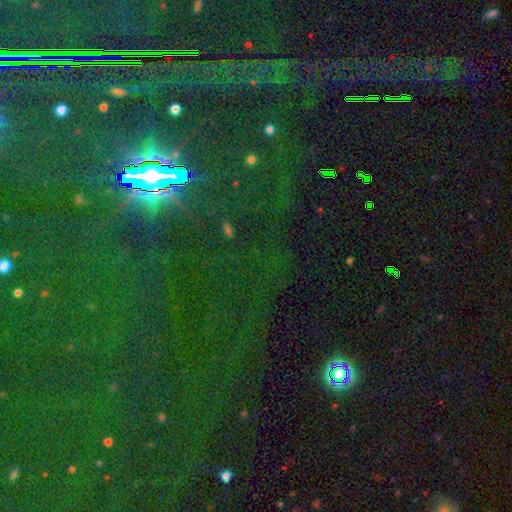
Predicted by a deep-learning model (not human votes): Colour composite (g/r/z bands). It shows a star or artifact, not a galaxy (85%).